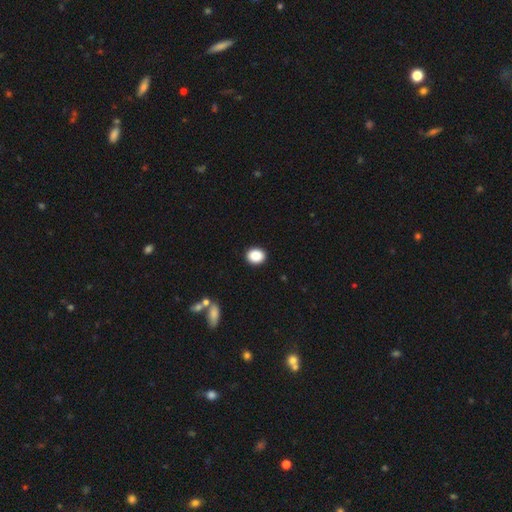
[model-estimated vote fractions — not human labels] Smooth or featured? Predicted: smooth (p=0.89). How rounded? Predicted: round (p=0.58). Merging? Predicted: none (p=0.91).